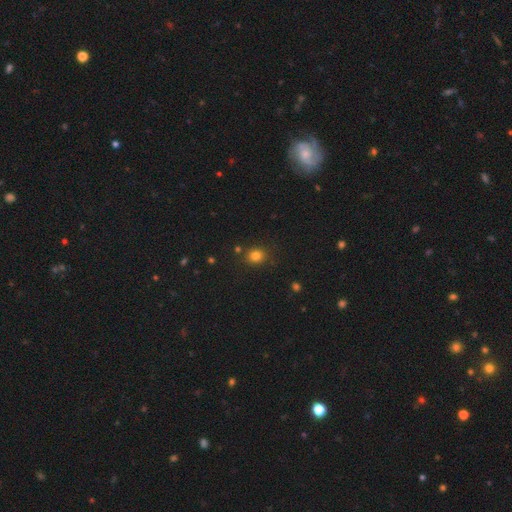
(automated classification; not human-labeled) A smooth galaxy with no disk features (80%) that is round (77%). Merging: none (83%).